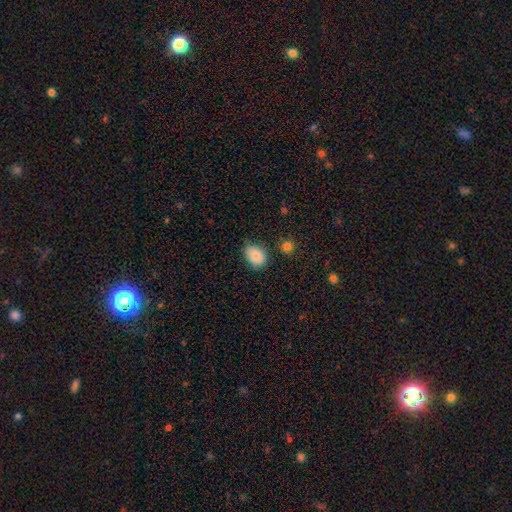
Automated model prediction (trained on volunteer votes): A smooth galaxy with no disk features (84%) that is in between round and cigar-shaped (75%). Merging: none (64%).